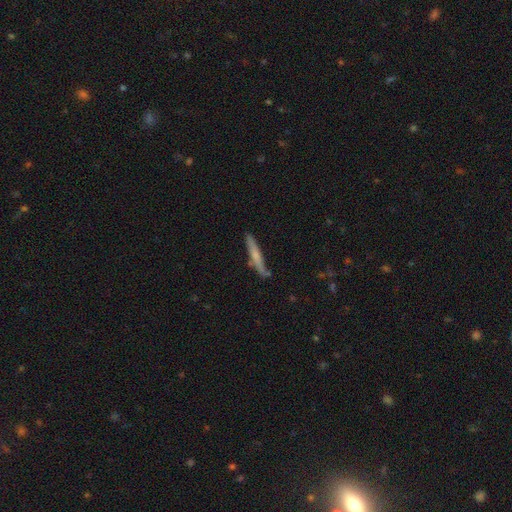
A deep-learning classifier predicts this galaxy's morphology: Smooth or featured?
  - smooth: 55% *
  - featured or disk: 39%
  - star or artifact: 6%
How rounded?
  - cigar-shaped: 94% *
  - in between: 5%
  - round: 1%
Merging?
  - none: 79% *
  - minor disturbance: 15%
  - merger: 3%
  - major disturbance: 3%